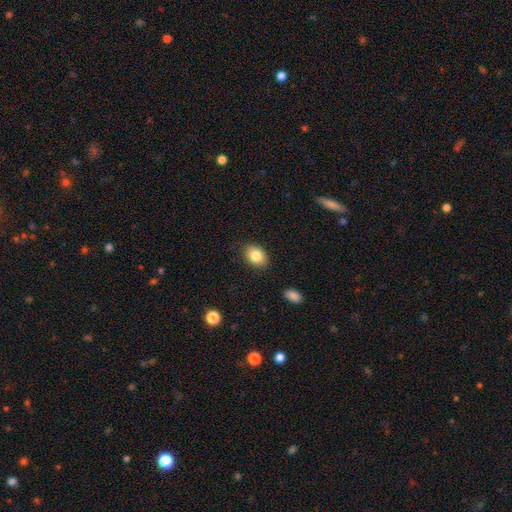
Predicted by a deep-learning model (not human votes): A smooth galaxy with no disk features (84%) that is in between round and cigar-shaped (72%). Merging: none (85%).